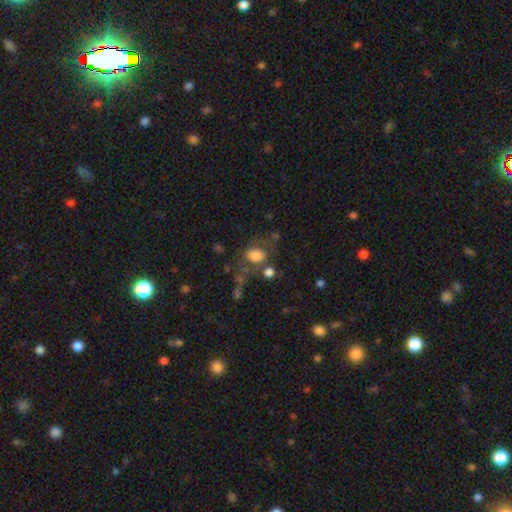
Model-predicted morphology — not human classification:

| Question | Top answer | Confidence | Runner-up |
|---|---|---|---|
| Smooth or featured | smooth | 73% | featured or disk (16%) |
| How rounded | in between | 67% | round (31%) |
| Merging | none | 47% | minor disturbance (19%) |